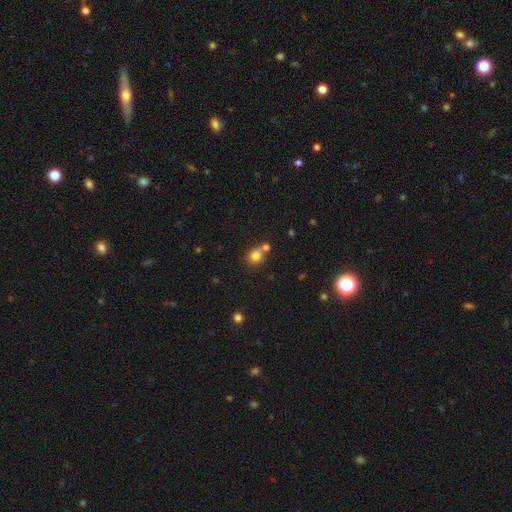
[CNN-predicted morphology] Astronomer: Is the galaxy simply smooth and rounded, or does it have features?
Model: smooth — 79%.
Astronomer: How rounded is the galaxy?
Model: round — 81%.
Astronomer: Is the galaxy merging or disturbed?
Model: none — 48% (runner-up: merger, 39%).